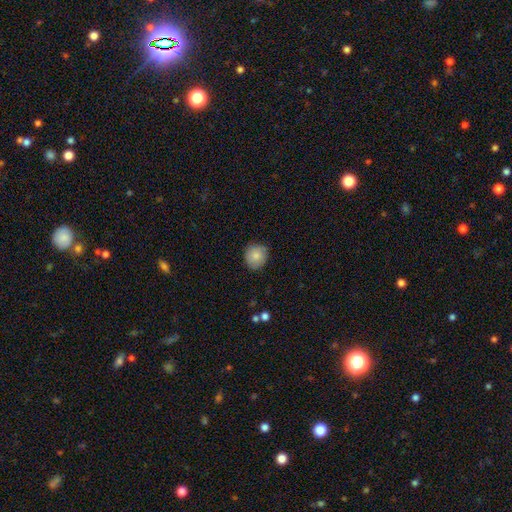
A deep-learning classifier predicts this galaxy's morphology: Smooth or featured? Predicted: smooth (p=0.84). How rounded? Predicted: round (p=0.88). Merging? Predicted: none (p=0.85).